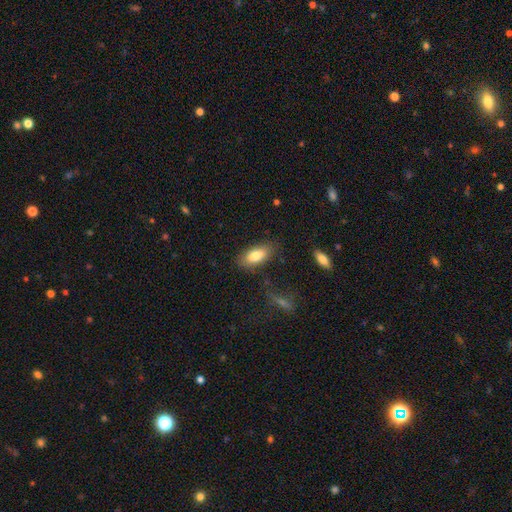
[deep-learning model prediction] This appears to be a smooth galaxy with no disk features (80%) that is in between round and cigar-shaped (88%). Merging: none (79%).